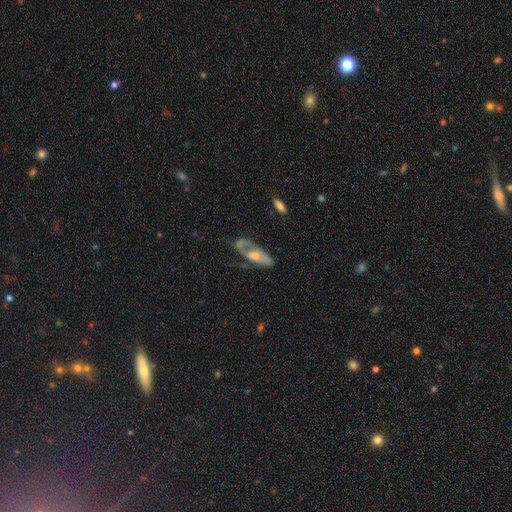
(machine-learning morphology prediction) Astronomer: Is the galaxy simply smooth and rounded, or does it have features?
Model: featured or disk — 64%.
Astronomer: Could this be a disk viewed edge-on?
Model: no — 86%.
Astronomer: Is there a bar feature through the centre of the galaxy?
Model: no — 71%.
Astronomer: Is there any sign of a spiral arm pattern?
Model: yes — 63%.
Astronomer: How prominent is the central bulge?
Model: moderate — 48% (runner-up: small, 24%).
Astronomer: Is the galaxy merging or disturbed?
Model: major disturbance — 41% (runner-up: none, 33%).